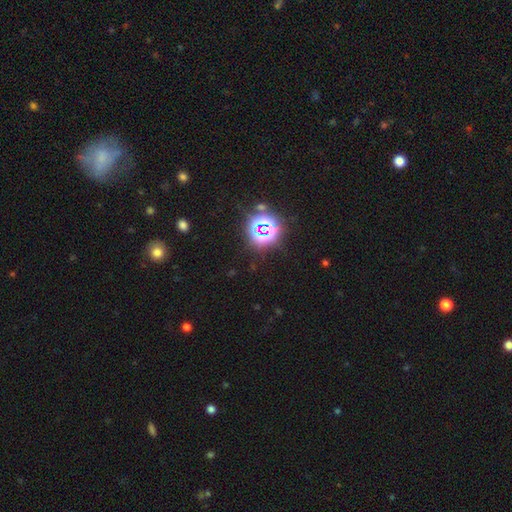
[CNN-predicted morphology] star or artifact 79%, smooth 14%, featured or disk 7%.